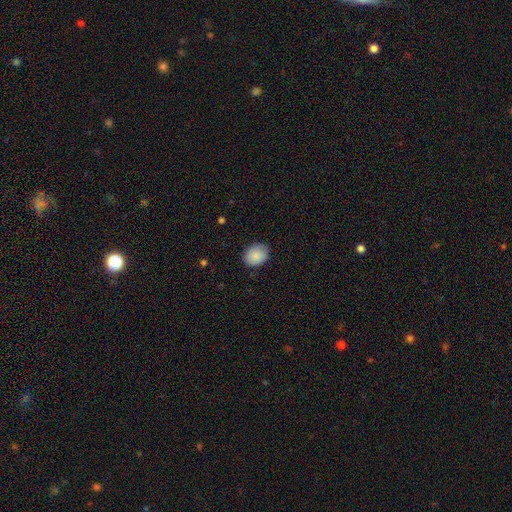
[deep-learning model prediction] Smooth or featured: smooth — 88% (star or artifact — 7%)
How rounded: in between — 59% (round — 40%)
Merging: none — 84% (minor disturbance — 12%)